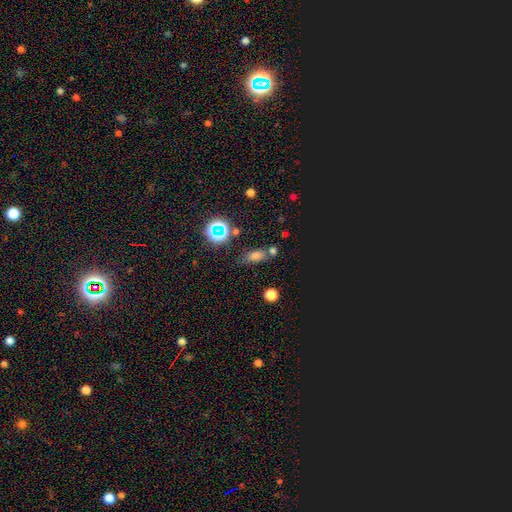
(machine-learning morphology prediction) Overall: smooth (57%; star or artifact 32%). How rounded: in between (66%). Merging: none (67%).